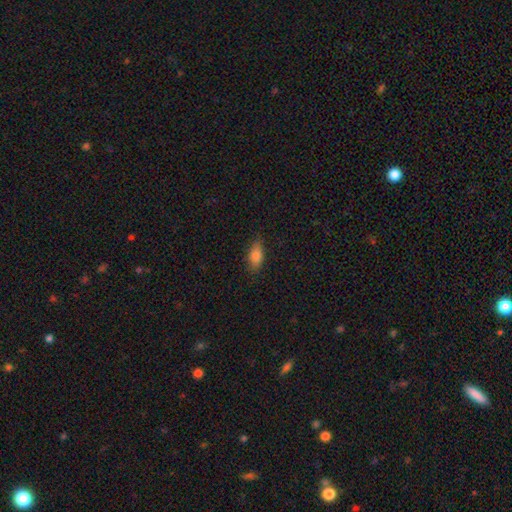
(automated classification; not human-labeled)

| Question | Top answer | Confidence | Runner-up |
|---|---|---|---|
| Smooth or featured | smooth | 81% | featured or disk (10%) |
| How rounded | in between | 84% | cigar-shaped (12%) |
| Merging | none | 80% | minor disturbance (16%) |